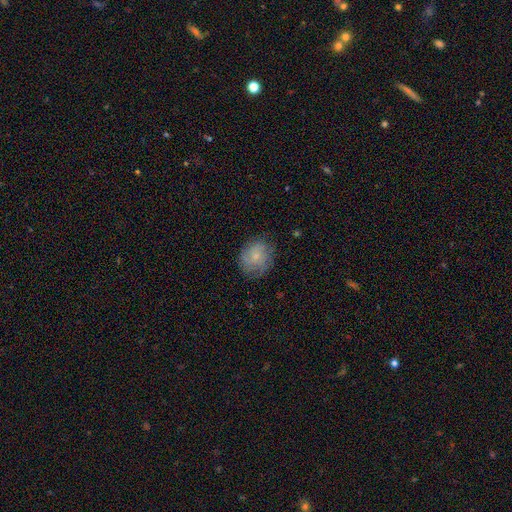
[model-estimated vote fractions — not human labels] A smooth galaxy with no disk features (53%) that is round (70%).

Vote fractions:
- Smooth or featured? smooth: 53% / featured or disk: 38% / star or artifact: 9%
- How rounded? round: 70% / in between: 29% / cigar-shaped: 1%
- Merging? none: 74% / minor disturbance: 19% / major disturbance: 6% / merger: 1%